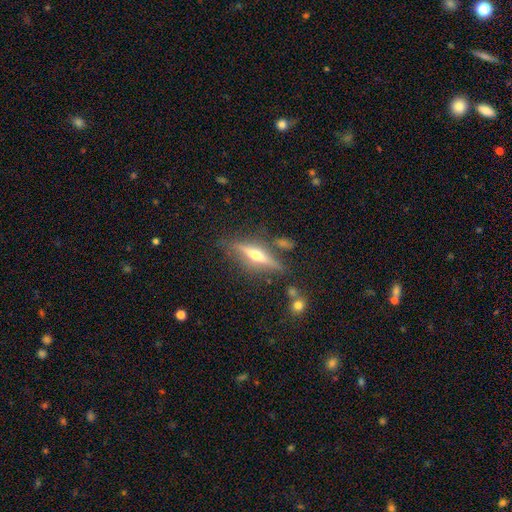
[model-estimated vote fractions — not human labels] Smooth or featured: featured or disk — 68% (smooth — 24%)
Edge-on disk: yes — 94% (no — 6%)
Edge-on bulge: rounded — 91% (none — 5%)
Merging: none — 79% (minor disturbance — 12%)